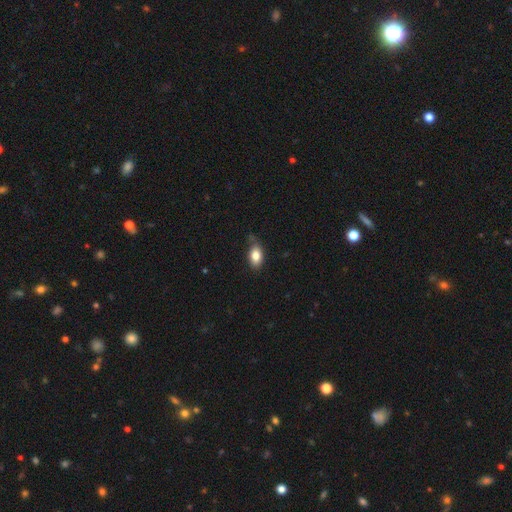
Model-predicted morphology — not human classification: smooth_or_featured: smooth (p=0.83) [alt: featured or disk p=0.10]
how_rounded: in between (p=0.89) [alt: round p=0.08]
merging: none (p=0.64) [alt: minor disturbance p=0.27]